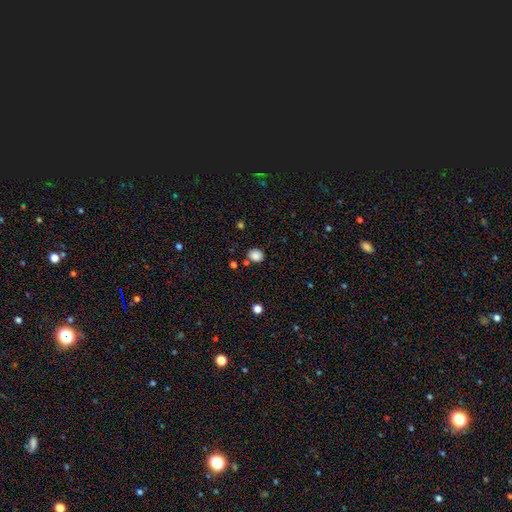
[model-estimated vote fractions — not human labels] A smooth galaxy with no disk features (85%) that is round (65%).

Vote fractions:
- Smooth or featured? smooth: 85% / star or artifact: 11% / featured or disk: 4%
- How rounded? round: 65% / in between: 34% / cigar-shaped: 1%
- Merging? none: 79% / minor disturbance: 12% / merger: 6% / major disturbance: 3%